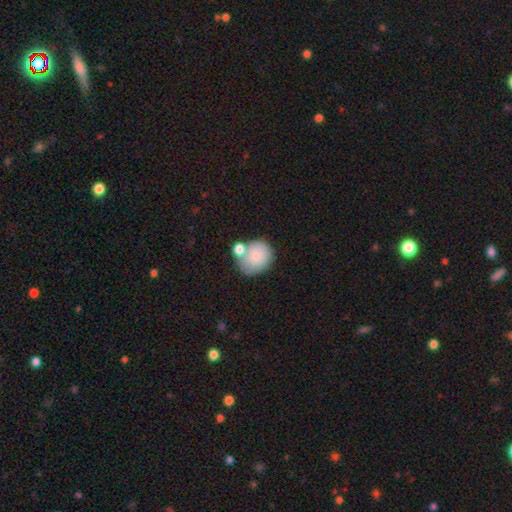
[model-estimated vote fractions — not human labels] Overall: smooth (81%). How rounded: round (77%). Merging: none (46%; merger 31%).